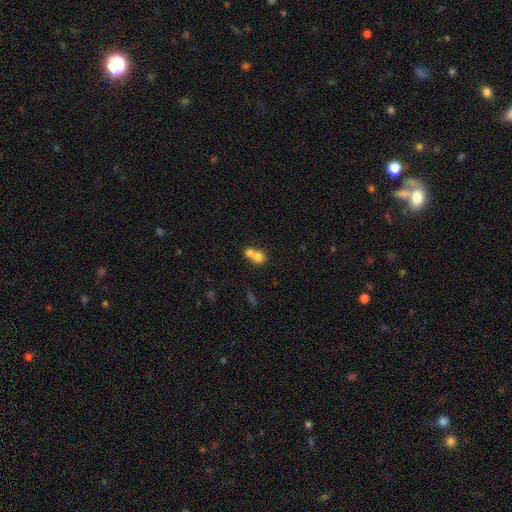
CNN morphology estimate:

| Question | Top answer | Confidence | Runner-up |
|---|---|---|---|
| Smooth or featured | smooth | 72% | featured or disk (17%) |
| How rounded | round | 70% | in between (29%) |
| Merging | merger | 69% | none (23%) |